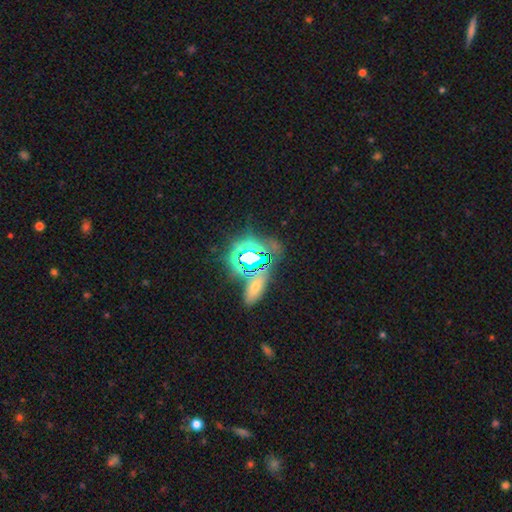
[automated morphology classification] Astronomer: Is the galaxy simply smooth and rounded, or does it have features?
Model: star or artifact — 68%.